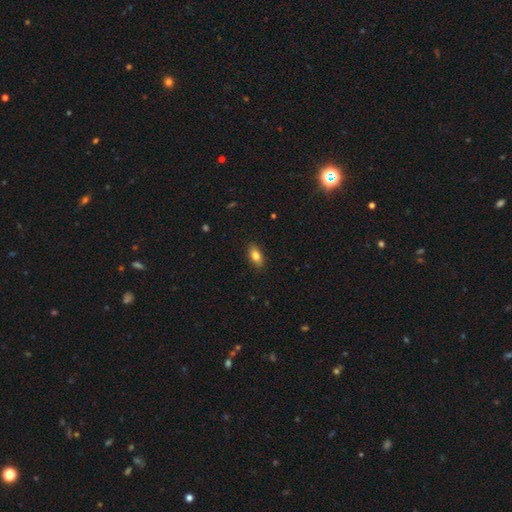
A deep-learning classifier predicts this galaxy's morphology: This is likely a smooth galaxy (79%). How rounded: clearly in between (85%). Merging: clearly none (88%).